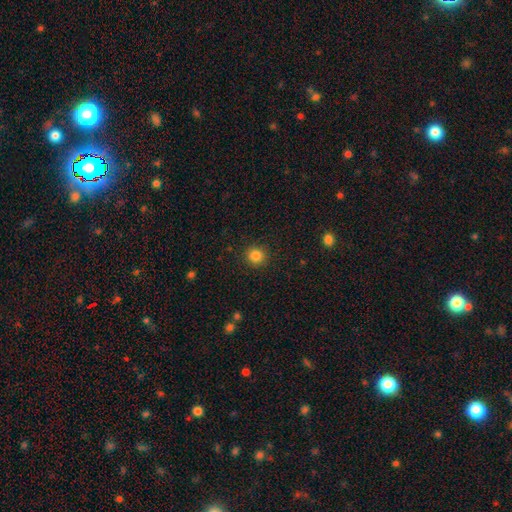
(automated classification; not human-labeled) Q: Smooth or featured?
A: smooth (84%); runner-up: star or artifact (11%)
Q: How rounded?
A: round (92%); runner-up: in between (8%)
Q: Merging?
A: none (90%); runner-up: minor disturbance (6%)